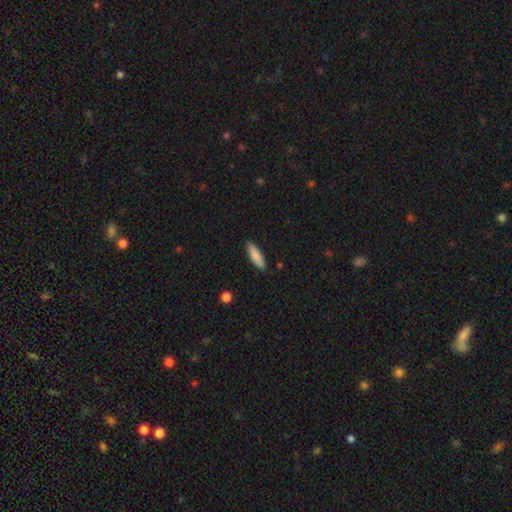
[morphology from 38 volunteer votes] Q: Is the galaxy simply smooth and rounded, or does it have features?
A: smooth — 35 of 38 (92%).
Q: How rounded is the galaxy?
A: cigar-shaped — 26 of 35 (74%).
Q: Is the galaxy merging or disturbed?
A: none — 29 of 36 (81%).